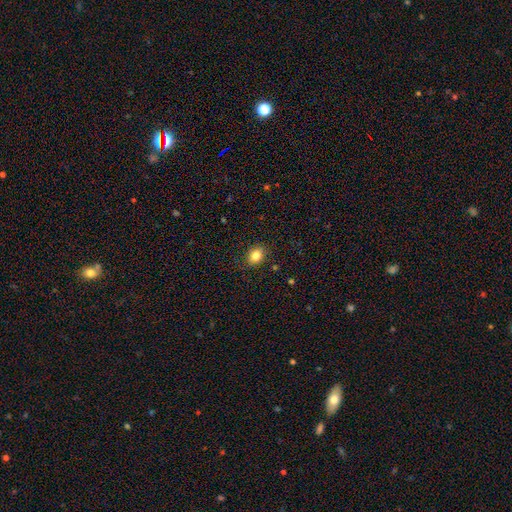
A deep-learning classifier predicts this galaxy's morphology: smooth 83%, star or artifact 11%, featured or disk 7%. Down the decision tree: how rounded — in between (50%); merging — none (87%).